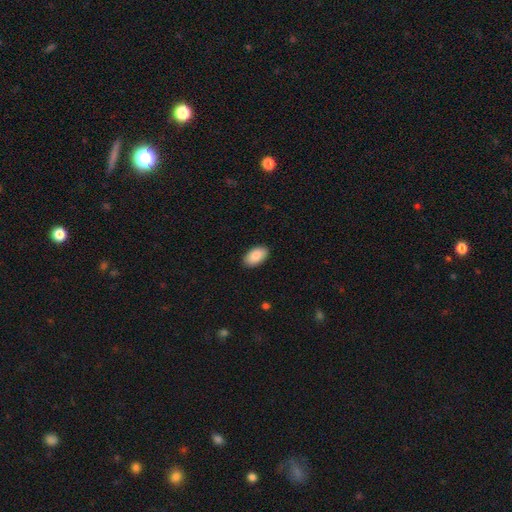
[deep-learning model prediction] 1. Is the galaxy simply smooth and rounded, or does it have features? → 88% smooth, 6% star or artifact, 6% featured or disk.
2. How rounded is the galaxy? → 95% in between, 3% round, 2% cigar-shaped.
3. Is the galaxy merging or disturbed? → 89% none, 8% minor disturbance, 2% major disturbance, 1% merger.